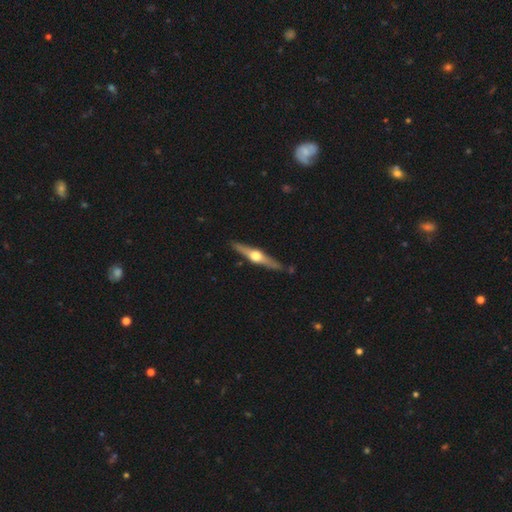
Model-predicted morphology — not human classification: A featured or disk galaxy (78%) viewed edge-on (98%) with a rounded central bulge (96%). Merging: none (87%).